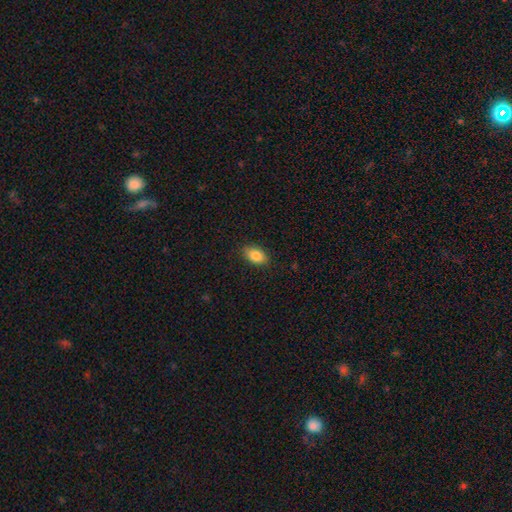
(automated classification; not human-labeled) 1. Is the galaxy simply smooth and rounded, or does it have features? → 86% smooth, 8% star or artifact, 7% featured or disk.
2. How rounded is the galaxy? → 90% in between, 8% round, 2% cigar-shaped.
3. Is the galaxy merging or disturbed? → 87% none, 10% minor disturbance, 2% major disturbance, 1% merger.